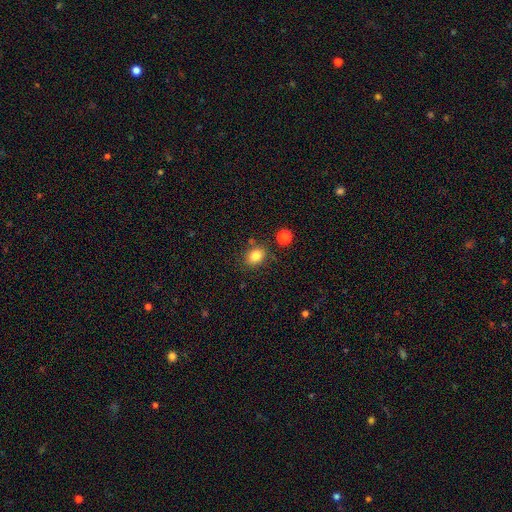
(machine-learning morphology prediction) A smooth galaxy with no disk features (83%) that is in between round and cigar-shaped (56%). Merging: none (78%).